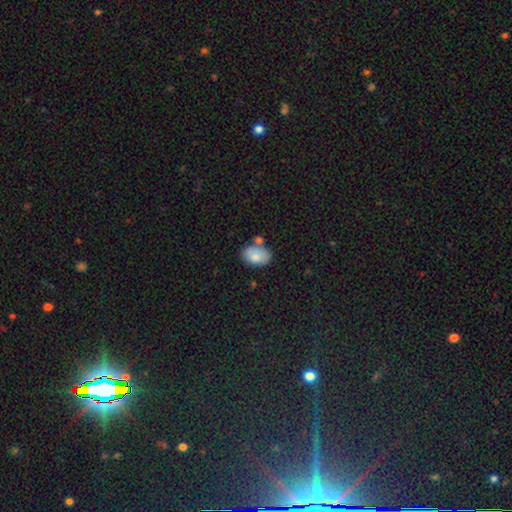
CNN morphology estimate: smooth 81%, featured or disk 12%, star or artifact 7%. Down the decision tree: how rounded — in between (89%); merging — none (63%).